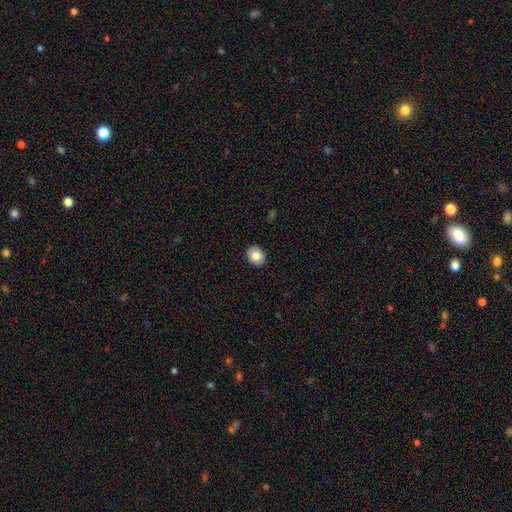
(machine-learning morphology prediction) type=smooth (81%); roundness=round (68%); merging=none (91%).